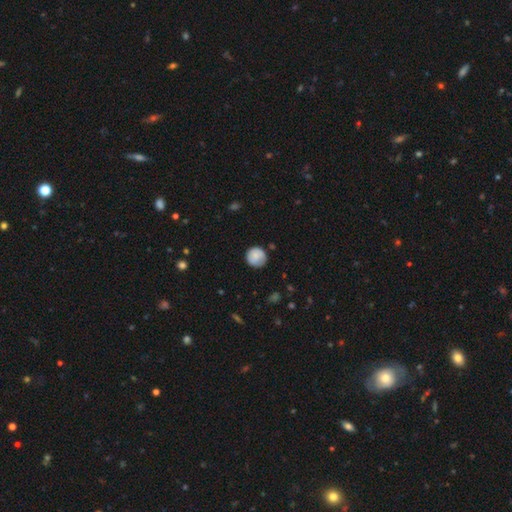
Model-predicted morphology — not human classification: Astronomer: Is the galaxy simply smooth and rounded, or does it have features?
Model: smooth — 78%.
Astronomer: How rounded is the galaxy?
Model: round — 92%.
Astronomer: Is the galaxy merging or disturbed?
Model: none — 75%.